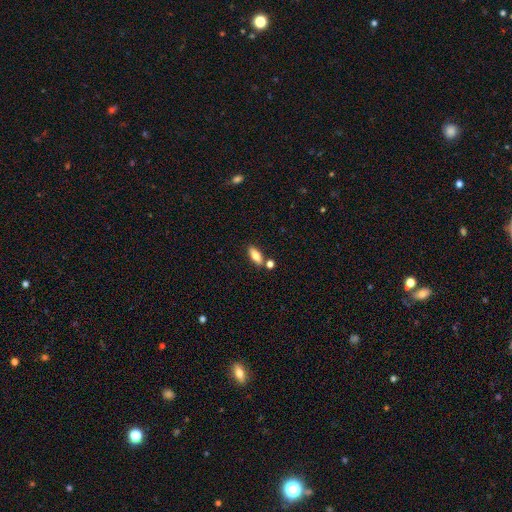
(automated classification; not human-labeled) Smooth or featured?
  - smooth: 75% *
  - featured or disk: 17%
  - star or artifact: 7%
How rounded?
  - in between: 79% *
  - cigar-shaped: 18%
  - round: 3%
Merging?
  - none: 73% *
  - merger: 13%
  - minor disturbance: 11%
  - major disturbance: 3%